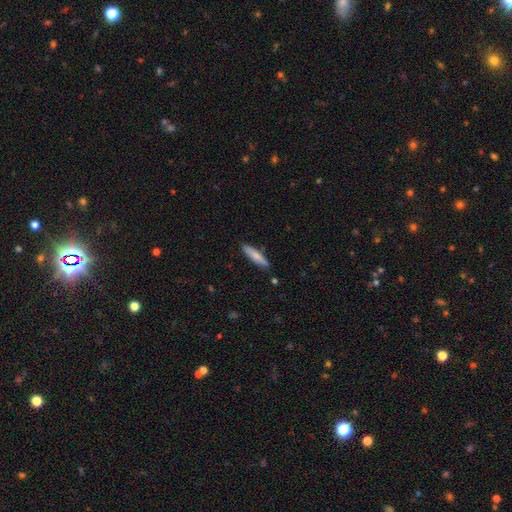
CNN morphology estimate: Overall: smooth (74%). How rounded: cigar-shaped (81%). Merging: none (86%).